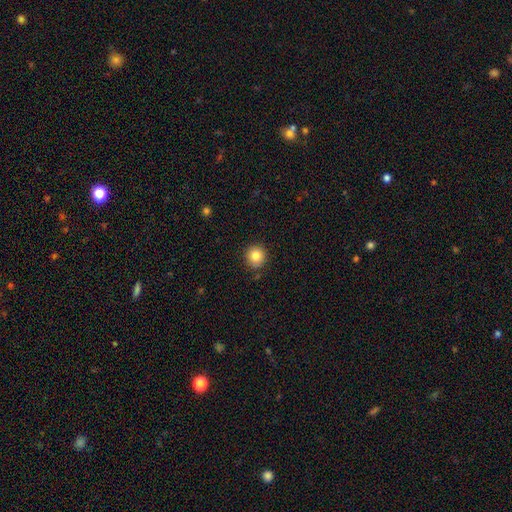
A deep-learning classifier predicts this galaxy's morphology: This is clearly a smooth galaxy (84%). How rounded: clearly round (93%). Merging: clearly none (88%).